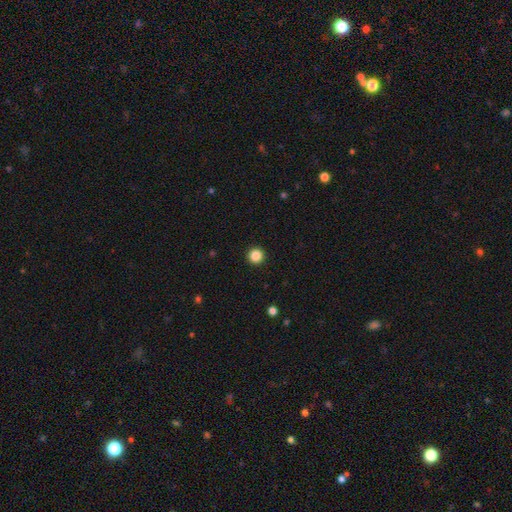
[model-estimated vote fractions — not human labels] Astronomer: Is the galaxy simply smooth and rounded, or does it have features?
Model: smooth — 86%.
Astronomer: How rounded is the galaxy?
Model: round — 96%.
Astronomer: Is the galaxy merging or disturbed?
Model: none — 94%.